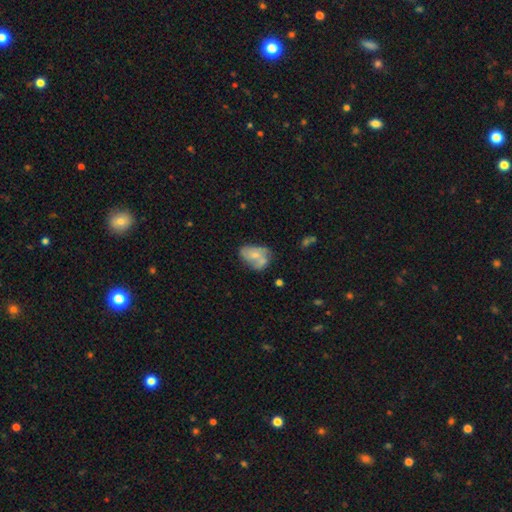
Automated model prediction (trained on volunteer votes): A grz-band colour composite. It shows a featured or disk galaxy (48%). Merging: none (36%).